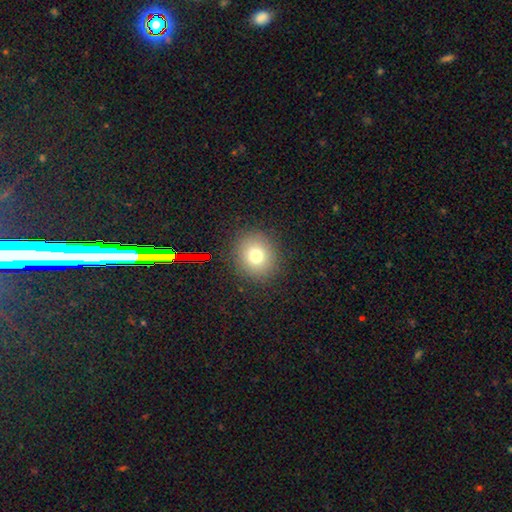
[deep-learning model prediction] Smooth or featured? Predicted: smooth (p=0.75). How rounded? Predicted: round (p=0.82). Merging? Predicted: none (p=0.88).